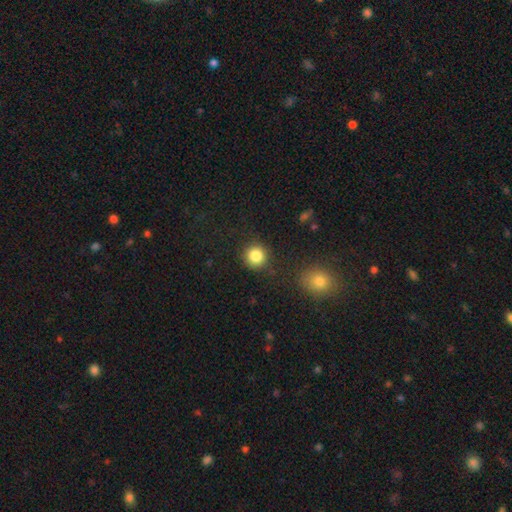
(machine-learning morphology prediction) Smooth or featured? smooth (85%)
How rounded? round (92%)
Merging? none (86%)